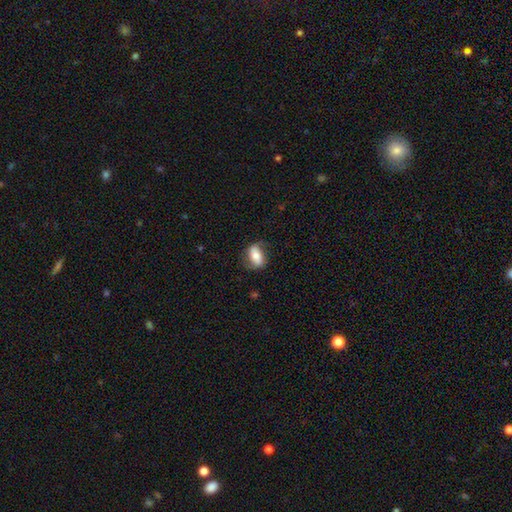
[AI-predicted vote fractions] Smooth or featured?
  - smooth: 51% *
  - featured or disk: 42%
  - star or artifact: 7%
How rounded?
  - in between: 83% *
  - round: 11%
  - cigar-shaped: 6%
Merging?
  - none: 68% *
  - minor disturbance: 22%
  - major disturbance: 9%
  - merger: 1%